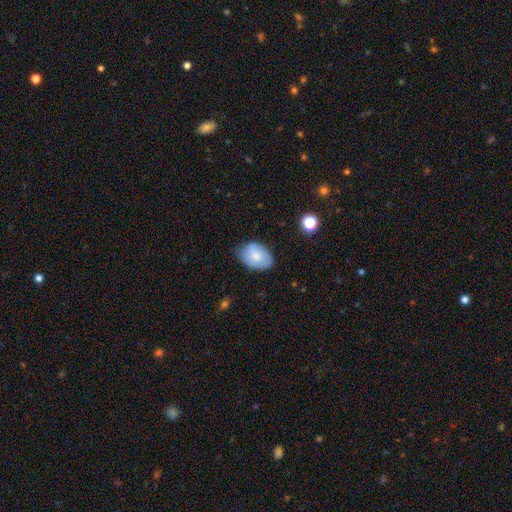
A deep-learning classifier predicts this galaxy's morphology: This is likely a smooth galaxy (78%). How rounded: clearly in between (83%). Merging: likely none (73%).